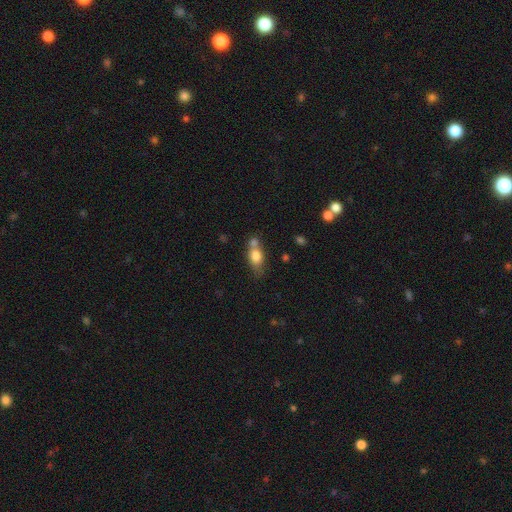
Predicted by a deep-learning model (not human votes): Morphology: type=smooth (78%); roundness=in between (75%); merging=merger (41%).